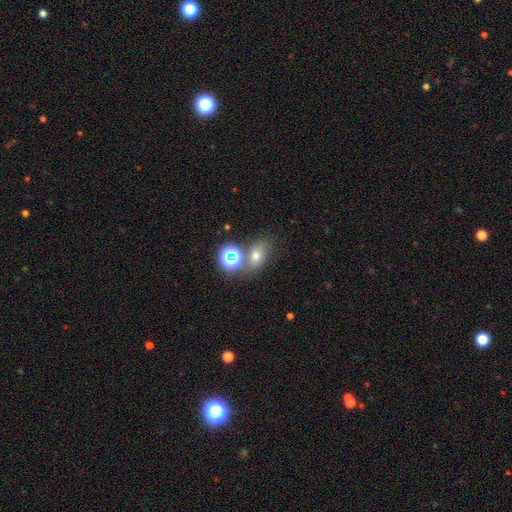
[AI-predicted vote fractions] This is likely a smooth galaxy (65%). How rounded: likely in between (63%). Merging: likely none (61%).